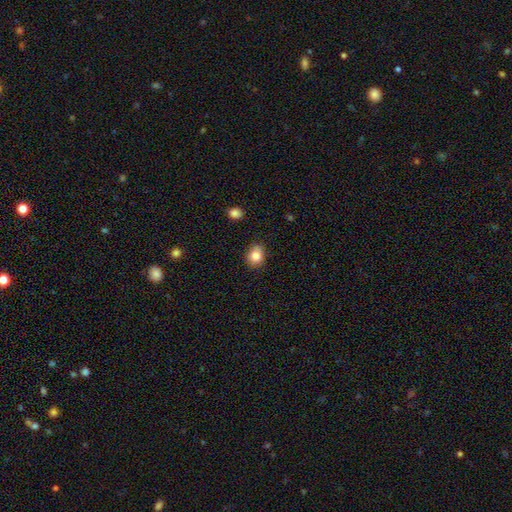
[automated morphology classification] This is clearly a smooth galaxy (85%). How rounded: possibly round (53%). Merging: clearly none (80%).